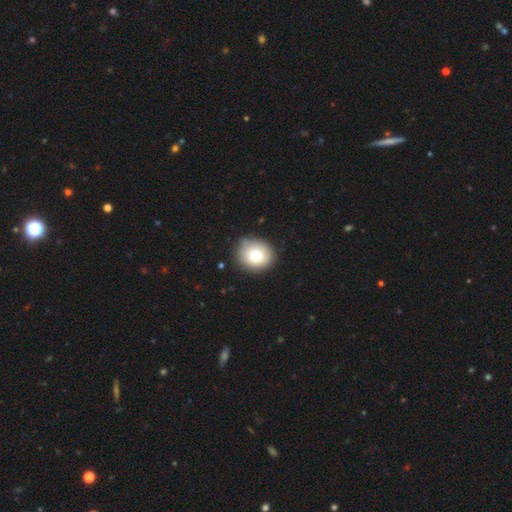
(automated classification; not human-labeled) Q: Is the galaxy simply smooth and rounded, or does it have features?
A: smooth — 74%.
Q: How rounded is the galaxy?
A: round — 80%.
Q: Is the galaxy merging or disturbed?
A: none — 83%.